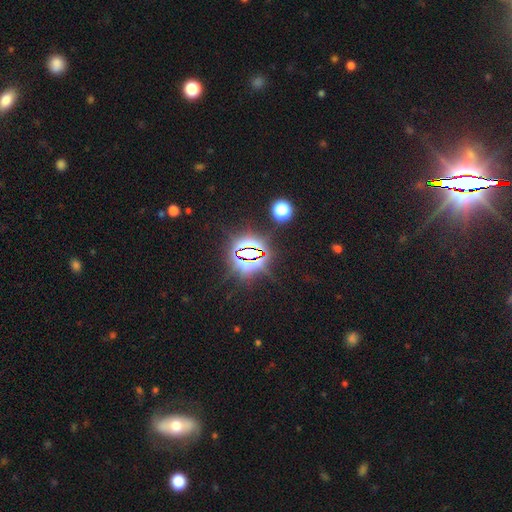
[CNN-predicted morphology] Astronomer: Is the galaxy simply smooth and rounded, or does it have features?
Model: star or artifact — 81%.